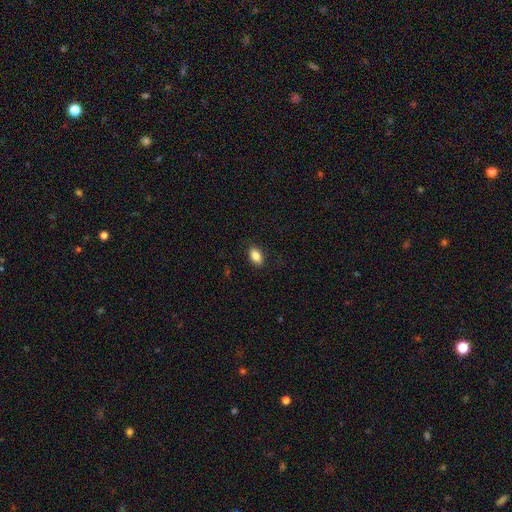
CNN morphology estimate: A smooth galaxy with no disk features (86%) that is in between round and cigar-shaped (90%).

Vote fractions:
- Smooth or featured? smooth: 86% / star or artifact: 8% / featured or disk: 5%
- How rounded? in between: 90% / round: 7% / cigar-shaped: 3%
- Merging? none: 87% / minor disturbance: 9% / major disturbance: 2% / merger: 1%